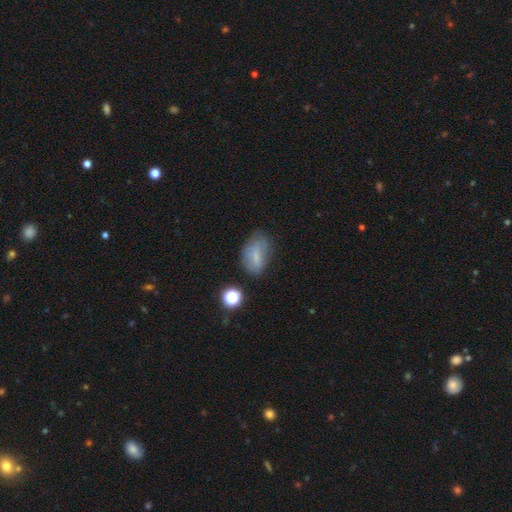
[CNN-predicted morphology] The model was most divided on "merging": none: 55%, minor disturbance: 29%, major disturbance: 13%, merger: 3%. More confident: how rounded — in between (86%); smooth or featured — smooth (63%).